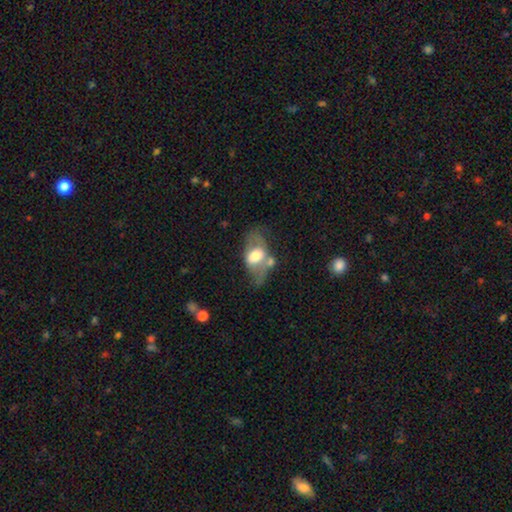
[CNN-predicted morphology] smooth-or-featured: featured or disk: 49% | smooth: 44% | star or artifact: 7%
  merging: none: 41% | minor disturbance: 22% | merger: 19% | major disturbance: 18%